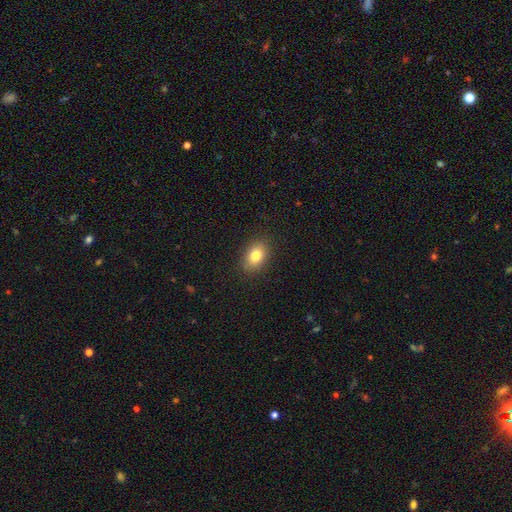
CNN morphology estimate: A smooth galaxy with no disk features (81%) that is in between round and cigar-shaped (76%). Merging: none (88%).